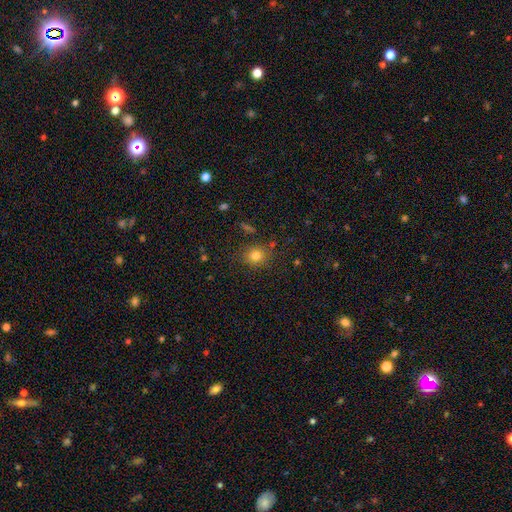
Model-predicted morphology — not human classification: This is likely a smooth galaxy (79%). How rounded: clearly round (81%). Merging: clearly none (82%).